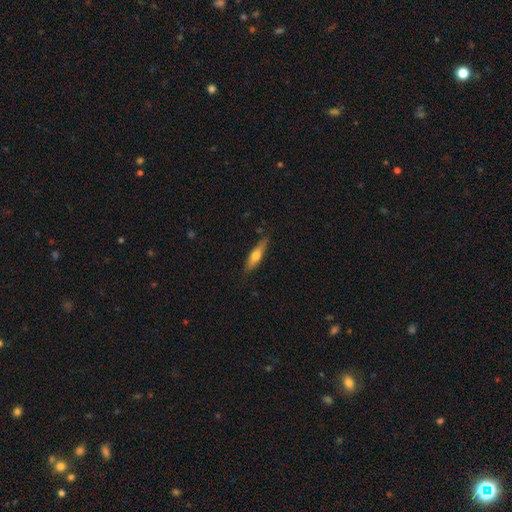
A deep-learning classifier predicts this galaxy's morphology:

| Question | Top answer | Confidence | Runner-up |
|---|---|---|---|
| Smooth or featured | smooth | 55% | featured or disk (40%) |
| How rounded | cigar-shaped | 70% | in between (28%) |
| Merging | none | 80% | minor disturbance (16%) |